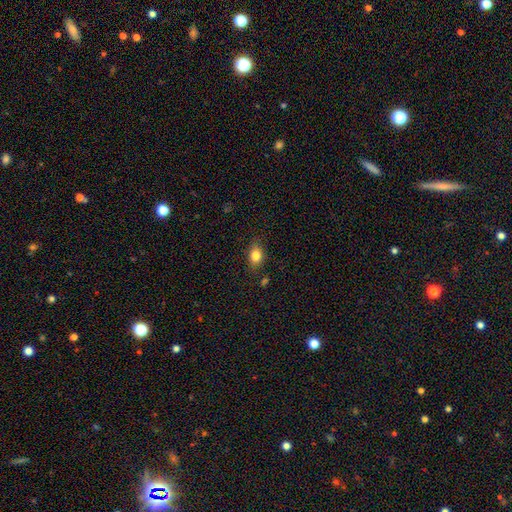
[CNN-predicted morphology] Smooth or featured: smooth — 83% (star or artifact — 9%)
How rounded: in between — 74% (round — 24%)
Merging: none — 81% (minor disturbance — 13%)